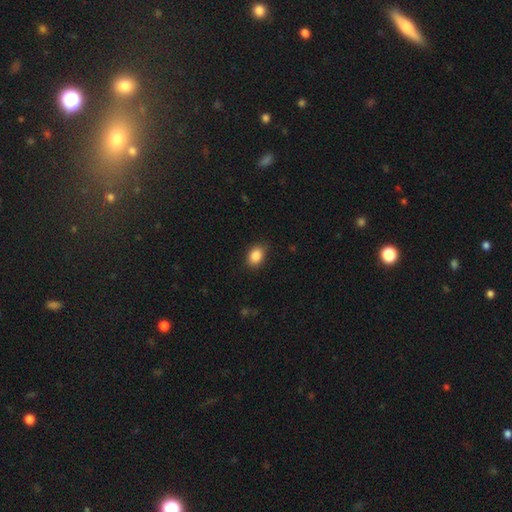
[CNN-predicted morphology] Smooth or featured? Predicted: smooth (p=0.87). How rounded? Predicted: in between (p=0.69). Merging? Predicted: none (p=0.83).